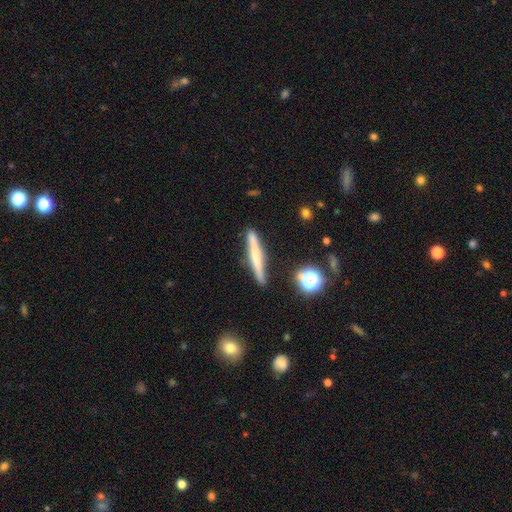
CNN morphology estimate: smooth-or-featured: featured or disk: 46% (tied) | smooth: 46% (tied) | star or artifact: 9%
  merging: none: 87% | minor disturbance: 9% | merger: 2% | major disturbance: 2%